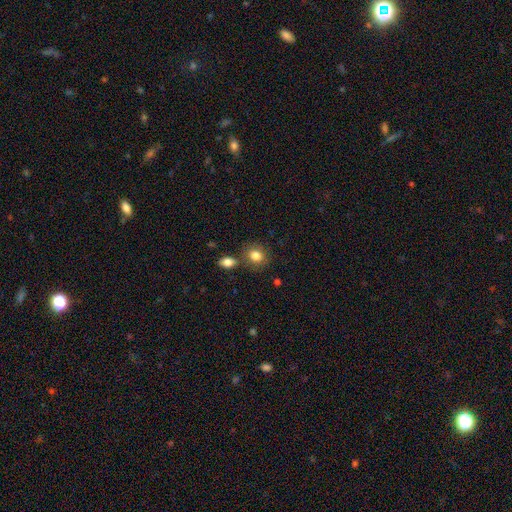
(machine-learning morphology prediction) type=smooth (83%); roundness=round (63%); merging=none (73%).